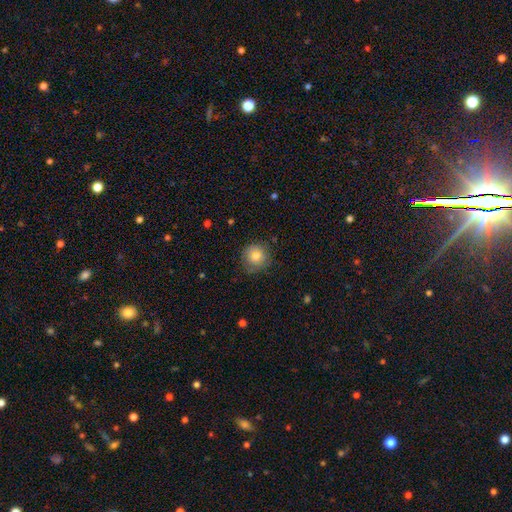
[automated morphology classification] This appears to be a smooth galaxy with no disk features (80%) that is round (92%). Merging: none (78%).